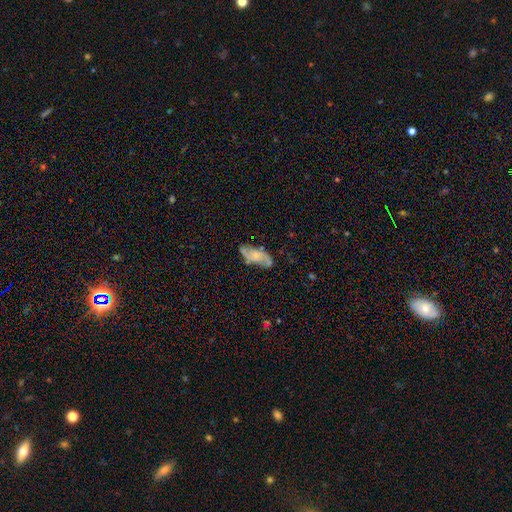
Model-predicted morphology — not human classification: Smooth or featured? featured or disk (61%)
Edge-on disk? no (91%)
Bar? no (64%)
Spiral arms? yes (87%)
Bulge size? small (50%)
Merging? none (65%)